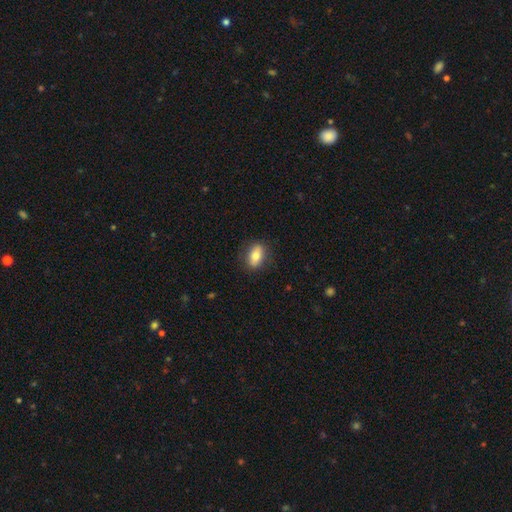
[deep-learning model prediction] Q: Smooth or featured?
A: smooth (76%); runner-up: featured or disk (17%)
Q: How rounded?
A: in between (83%); runner-up: round (11%)
Q: Merging?
A: none (84%); runner-up: minor disturbance (12%)